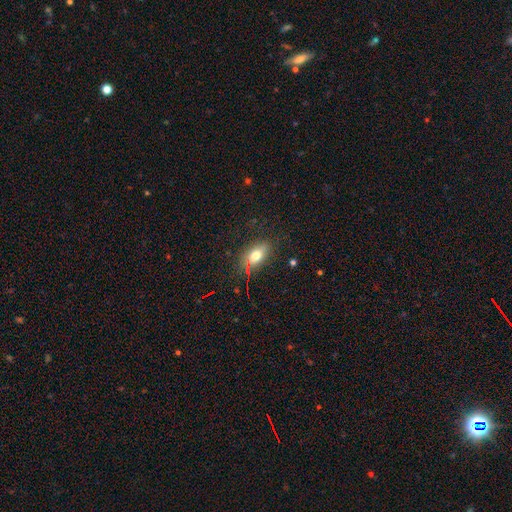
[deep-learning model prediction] This appears to be a smooth galaxy with no disk features (69%) that is in between round and cigar-shaped (81%). Merging: none (74%).